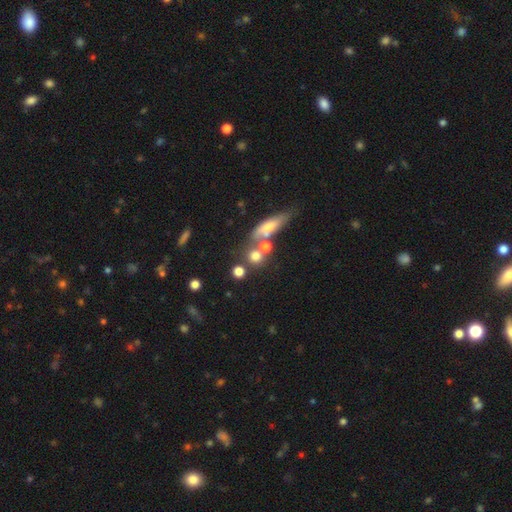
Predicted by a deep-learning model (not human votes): The model was most divided on "merging": none: 53%, merger: 31%, minor disturbance: 11%, major disturbance: 6%. More confident: how rounded — round (78%); smooth or featured — smooth (70%).